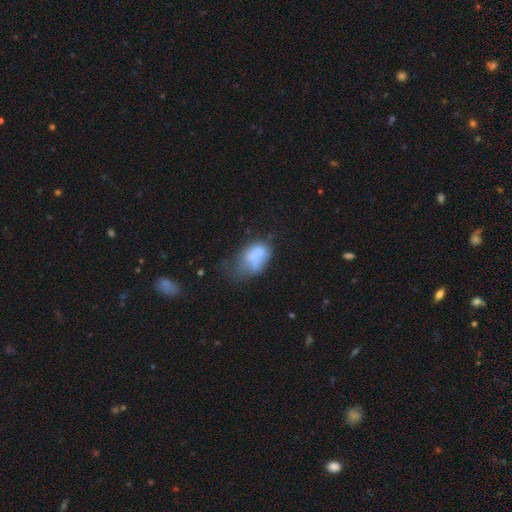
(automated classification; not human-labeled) The model was most divided on "merging": major disturbance: 37%, minor disturbance: 29%, none: 20%, merger: 13%. More confident: how rounded — in between (86%); smooth or featured — smooth (67%).